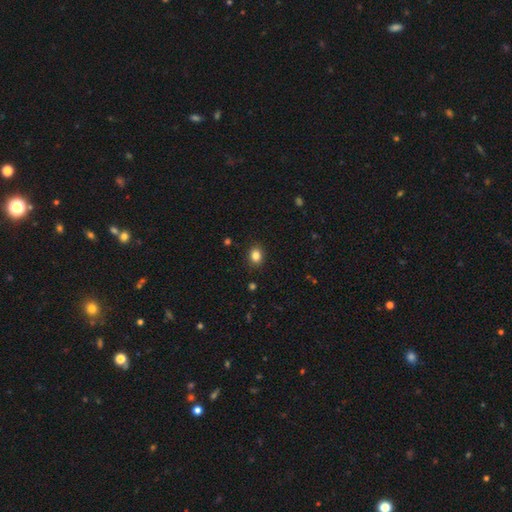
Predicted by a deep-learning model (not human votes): Overall: smooth (84%). How rounded: round (57%; in between 42%). Merging: none (89%).